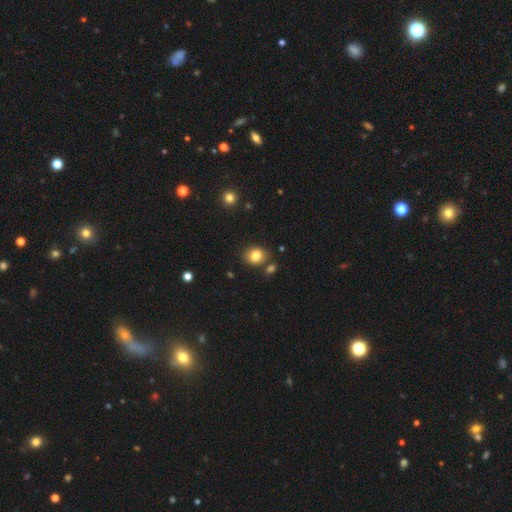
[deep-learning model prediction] The model was most divided on "how rounded": round: 67%, in between: 32%, cigar-shaped: 1%. More confident: smooth or featured — smooth (82%); merging — none (77%).